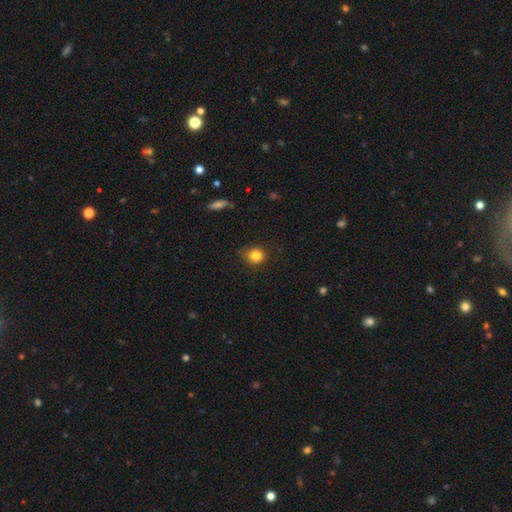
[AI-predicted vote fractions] A smooth galaxy with no disk features (83%) that is round (81%).

Vote fractions:
- Smooth or featured? smooth: 83% / star or artifact: 11% / featured or disk: 6%
- How rounded? round: 81% / in between: 18% / cigar-shaped: 1%
- Merging? none: 77% / minor disturbance: 18% / major disturbance: 4% / merger: 1%